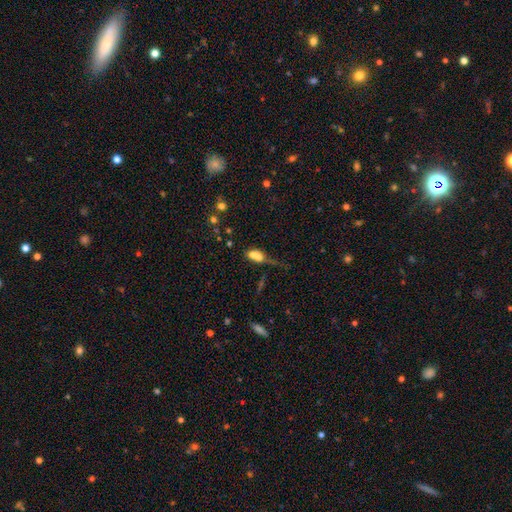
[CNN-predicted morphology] Smooth or featured: smooth — 66% (featured or disk — 21%)
How rounded: in between — 65% (round — 28%)
Merging: merger — 61% (none — 18%)